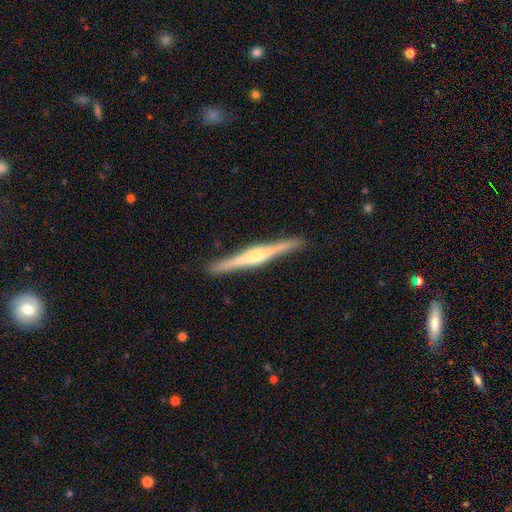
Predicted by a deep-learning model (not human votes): Smooth or featured? Predicted: featured or disk (p=0.79). Edge-on disk? Predicted: yes (p=0.98). Edge-on bulge? Predicted: rounded (p=0.77). Merging? Predicted: none (p=0.91).